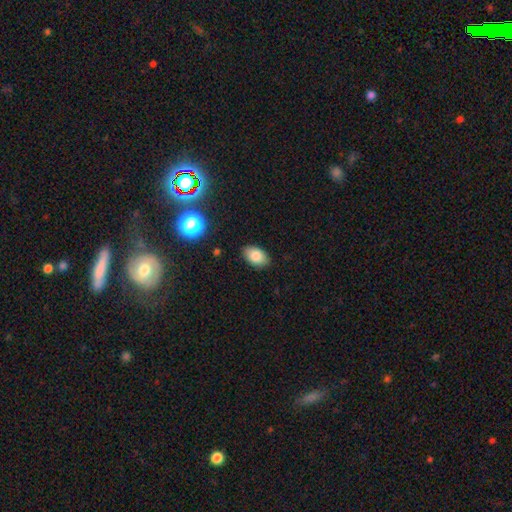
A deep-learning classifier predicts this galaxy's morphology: The model was most divided on "smooth or featured": smooth: 84%, star or artifact: 9%, featured or disk: 8%. More confident: how rounded — in between (90%); merging — none (86%).